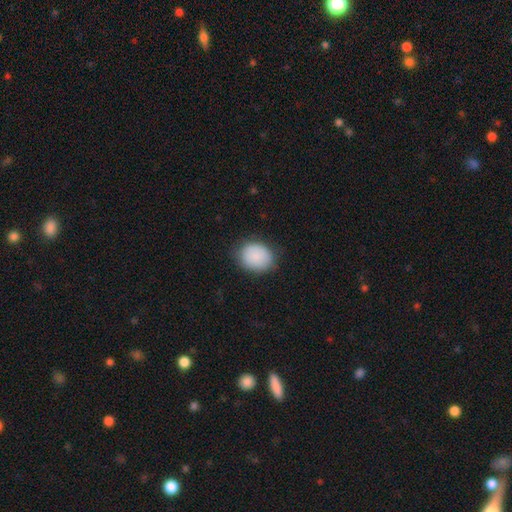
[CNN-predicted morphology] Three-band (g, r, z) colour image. It shows a smooth galaxy with no disk features (87%) that is round (55%). Merging: none (81%).